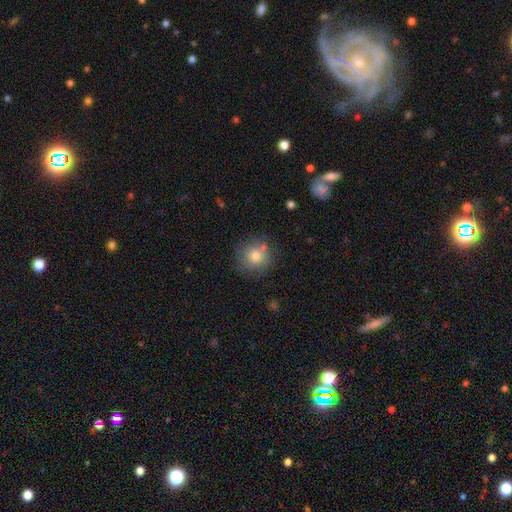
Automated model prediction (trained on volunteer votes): A smooth galaxy with no disk features (80%) that is round (91%).

Vote fractions:
- Smooth or featured? smooth: 80% / featured or disk: 10% / star or artifact: 10%
- How rounded? round: 91% / in between: 8% / cigar-shaped: 1%
- Merging? none: 76% / minor disturbance: 14% / merger: 6% / major disturbance: 4%